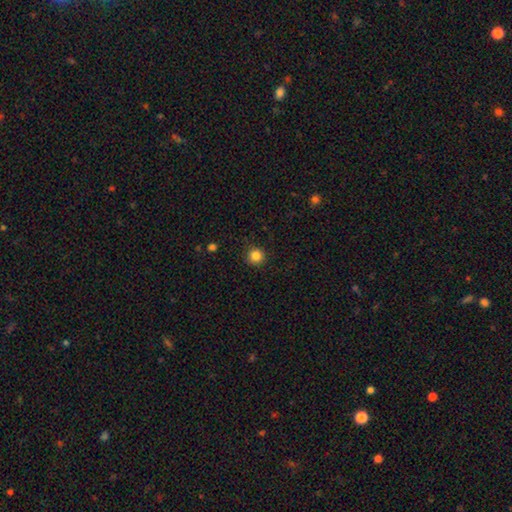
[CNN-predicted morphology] This appears to be a smooth galaxy with no disk features (85%) that is round (95%). Merging: none (91%).